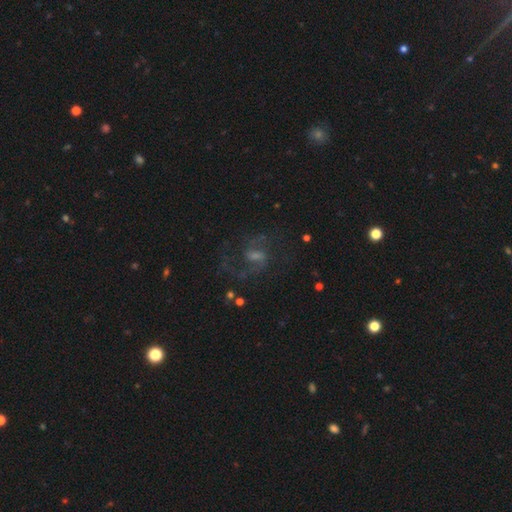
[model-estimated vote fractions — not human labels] Smooth or featured: featured or disk — 78% (star or artifact — 13%)
Edge-on disk: no — 97% (yes — 3%)
Bar: weak — 56% (no — 25%)
Spiral arms: yes — 95% (no — 5%)
Spiral winding: medium — 54% (loose — 34%)
Spiral arm count: 2 — 87% (can't tell — 5%)
Bulge size: moderate — 36% (tied with small — 36%)
Merging: none — 71% (minor disturbance — 14%)